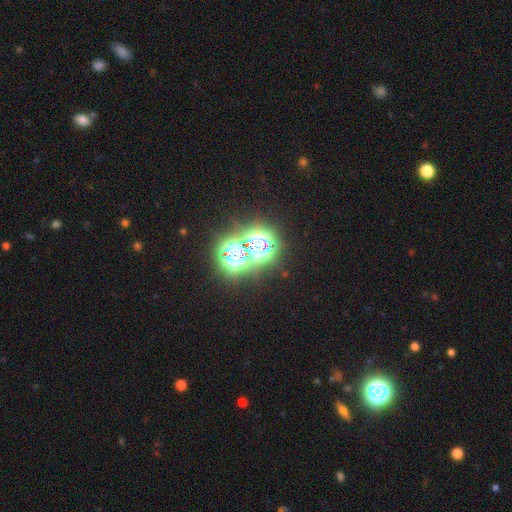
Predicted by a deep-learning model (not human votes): This appears to be a star or artifact, not a galaxy (70%).